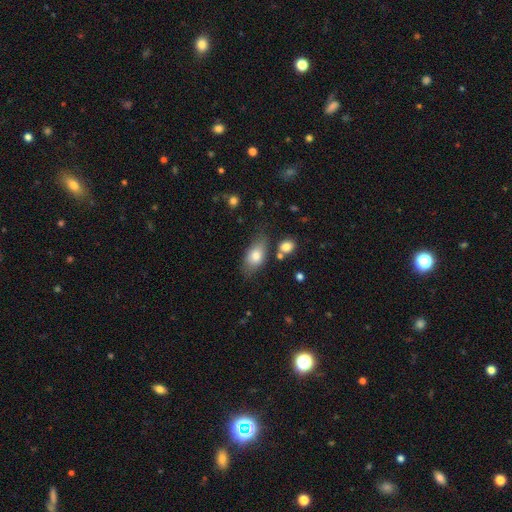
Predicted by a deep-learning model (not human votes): Morphology: type=smooth (77%); roundness=in between (87%); merging=none (64%).